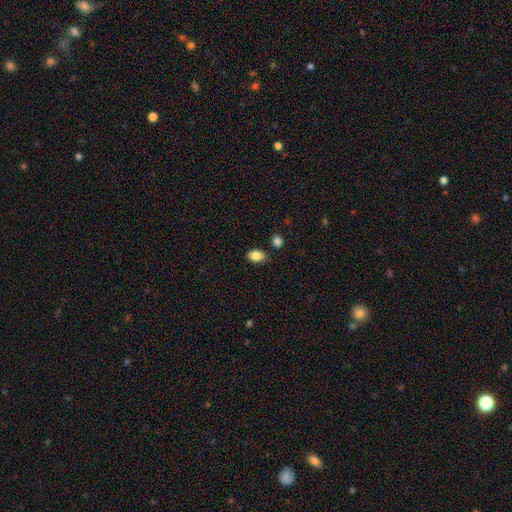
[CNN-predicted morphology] Smooth or featured: smooth — 86% (star or artifact — 9%)
How rounded: in between — 78% (round — 21%)
Merging: none — 77% (minor disturbance — 15%)